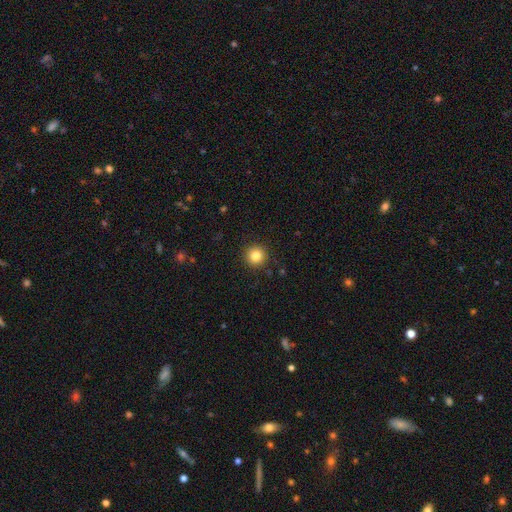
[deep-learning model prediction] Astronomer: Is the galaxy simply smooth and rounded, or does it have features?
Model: smooth — 84%.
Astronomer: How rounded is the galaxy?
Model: round — 95%.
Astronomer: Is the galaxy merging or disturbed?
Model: none — 92%.